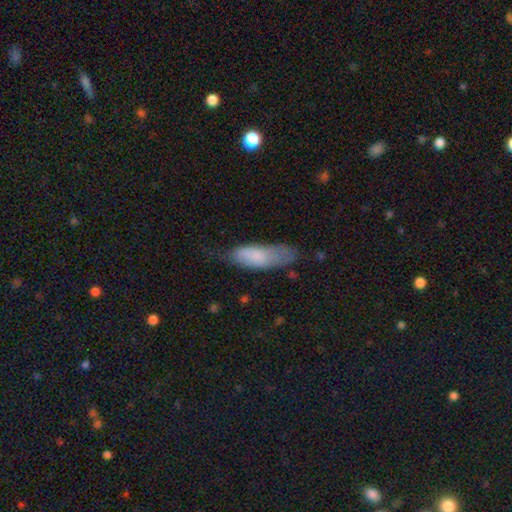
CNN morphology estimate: Smooth or featured: smooth — 77% (featured or disk — 17%)
How rounded: in between — 63% (cigar-shaped — 35%)
Merging: none — 43% (minor disturbance — 37%)